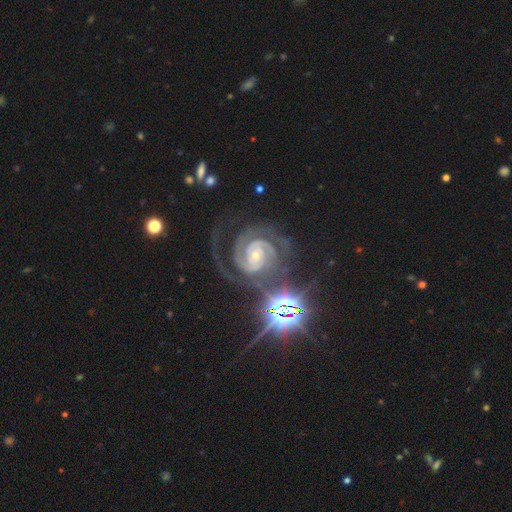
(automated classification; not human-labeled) The model was most divided on "bar": no: 54%, weak: 29%, strong: 17%. More confident: spiral arms — yes (98%); edge-on disk — no (98%); smooth or featured — featured or disk (88%); bulge size — small (74%); spiral winding — tight (64%); spiral arm count — 2 (64%); merging — none (60%).